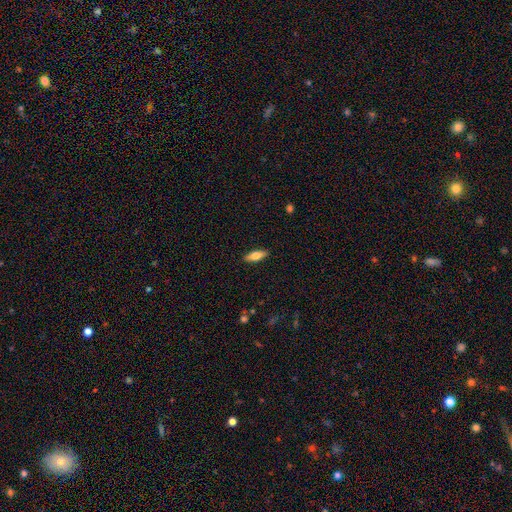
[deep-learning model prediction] Morphology: type=smooth (66%); roundness=in between (55%); merging=none (89%).